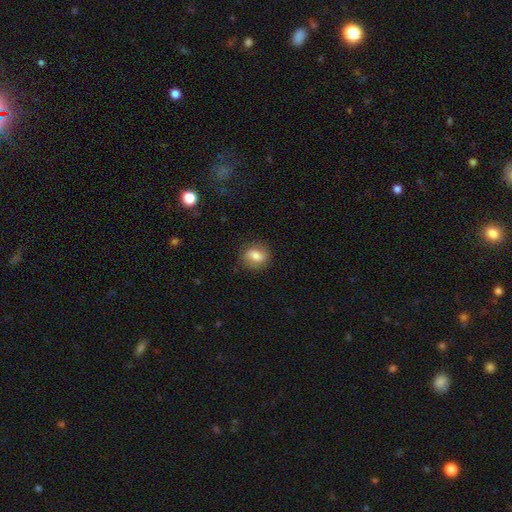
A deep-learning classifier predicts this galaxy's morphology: This is likely a smooth galaxy (74%). How rounded: possibly round (54%). Merging: clearly none (81%).